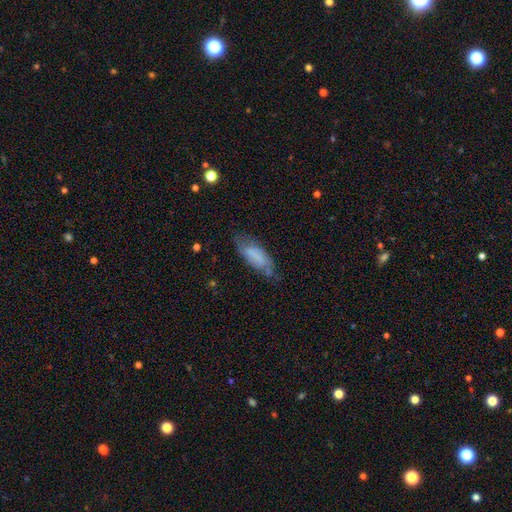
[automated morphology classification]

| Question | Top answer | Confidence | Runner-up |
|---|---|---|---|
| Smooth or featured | smooth | 61% | featured or disk (31%) |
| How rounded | in between | 69% | cigar-shaped (29%) |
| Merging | none | 58% | minor disturbance (29%) |